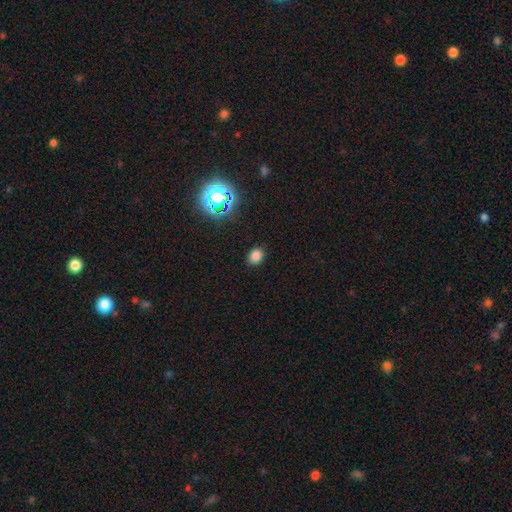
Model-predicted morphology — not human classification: smooth_or_featured: smooth (p=0.79) [alt: star or artifact p=0.17]
how_rounded: in between (p=0.58) [alt: round p=0.41]
merging: none (p=0.87) [alt: minor disturbance p=0.09]